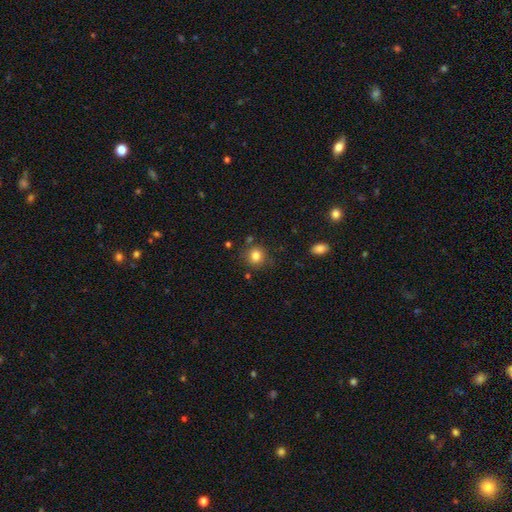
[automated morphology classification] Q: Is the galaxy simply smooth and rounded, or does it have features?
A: smooth — 83%.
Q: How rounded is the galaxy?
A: round — 86%.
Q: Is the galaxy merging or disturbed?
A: none — 79%.